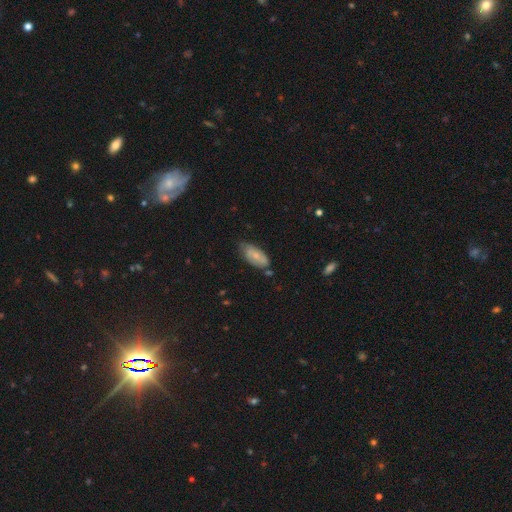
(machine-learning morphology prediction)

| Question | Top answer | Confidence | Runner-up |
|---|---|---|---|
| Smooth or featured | smooth | 68% | featured or disk (26%) |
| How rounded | in between | 87% | cigar-shaped (10%) |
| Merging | none | 57% | minor disturbance (33%) |